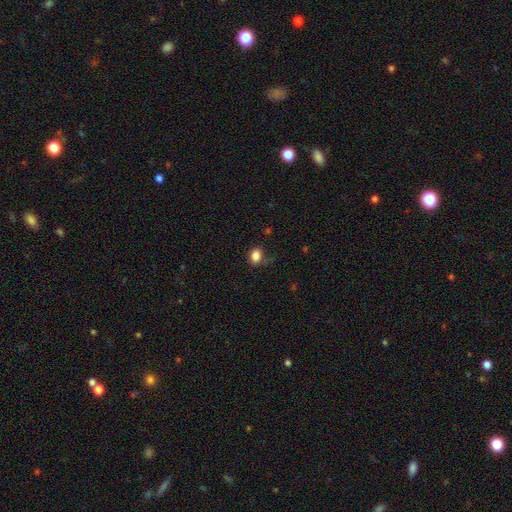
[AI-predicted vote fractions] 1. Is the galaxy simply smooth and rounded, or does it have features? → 85% smooth, 10% star or artifact, 5% featured or disk.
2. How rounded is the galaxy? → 68% in between, 31% round, 1% cigar-shaped.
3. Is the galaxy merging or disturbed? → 68% none, 22% minor disturbance, 7% major disturbance, 2% merger.